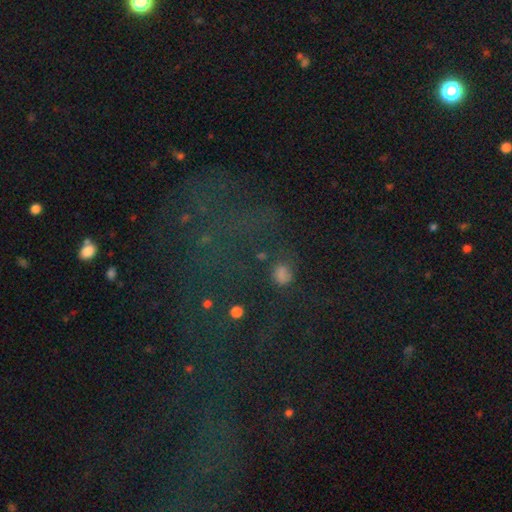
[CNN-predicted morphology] Smooth or featured? star or artifact (57%)